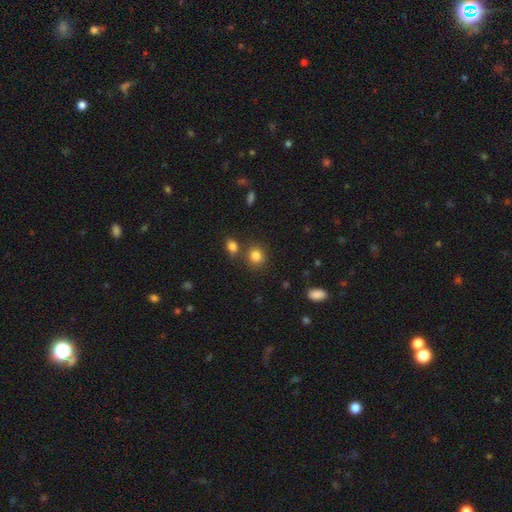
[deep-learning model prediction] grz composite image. It shows a smooth galaxy with no disk features (83%) that is round (80%). Merging: none (72%).